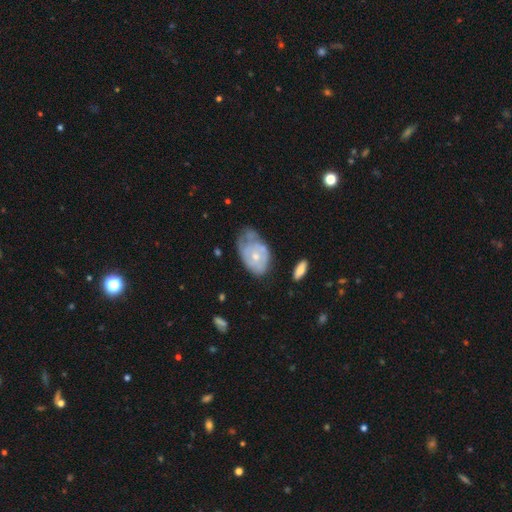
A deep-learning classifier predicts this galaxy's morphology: This appears to be a featured or disk galaxy (58%) with no bar (85%), spiral arms (53%) and a small central bulge (55%). Merging: minor disturbance (38%).